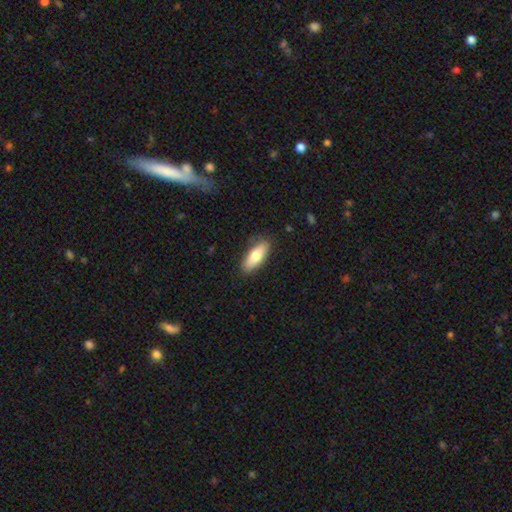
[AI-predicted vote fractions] Smooth or featured? smooth (74%)
How rounded? in between (69%)
Merging? none (83%)